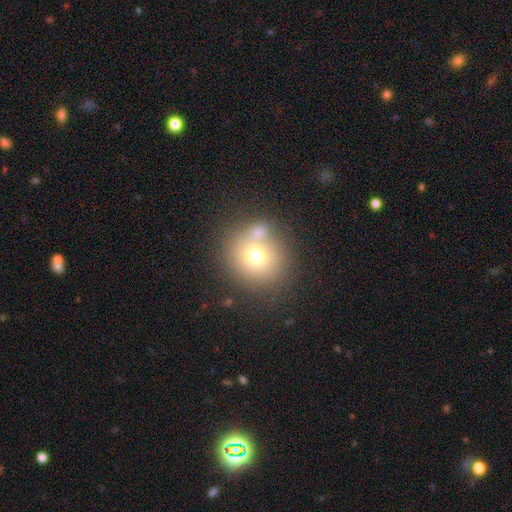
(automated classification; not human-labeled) smooth_or_featured: smooth (p=0.68) [alt: star or artifact p=0.16]
how_rounded: round (p=0.84) [alt: in between p=0.15]
merging: none (p=0.61) [alt: merger p=0.21]